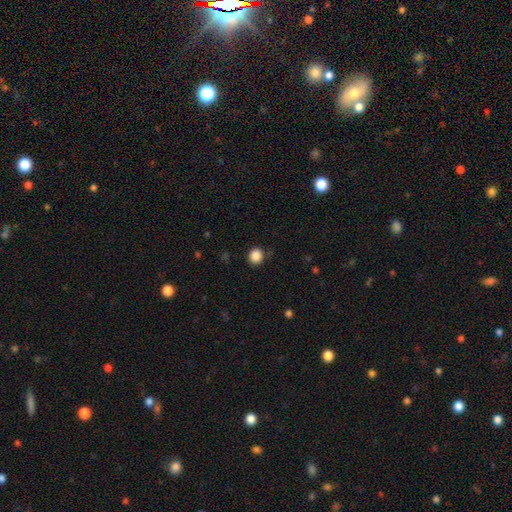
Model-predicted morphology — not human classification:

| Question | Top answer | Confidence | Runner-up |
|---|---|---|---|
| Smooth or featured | smooth | 87% | star or artifact (10%) |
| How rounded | round | 89% | in between (11%) |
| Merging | none | 88% | minor disturbance (8%) |